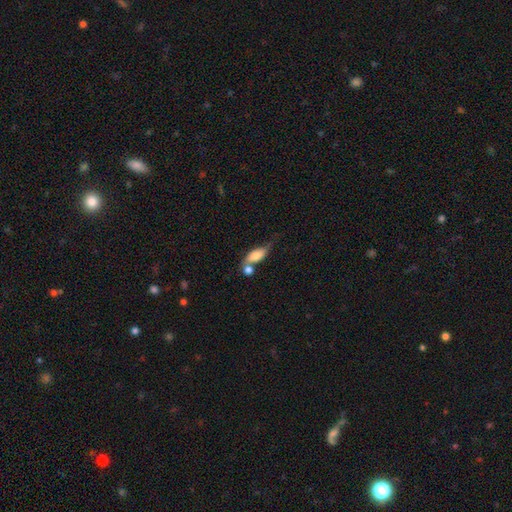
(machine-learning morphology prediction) smooth-or-featured: smooth: 71% | featured or disk: 21% | star or artifact: 8%
  how-rounded: in between: 76% | cigar-shaped: 18% | round: 6%
  merging: merger: 35% | none: 33% | minor disturbance: 20% | major disturbance: 11%